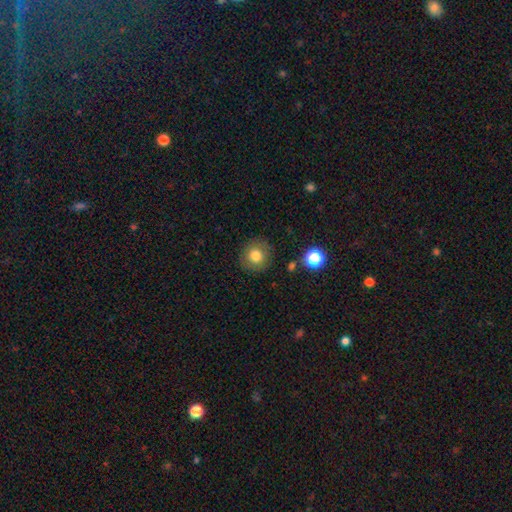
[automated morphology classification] A smooth galaxy with no disk features (79%) that is round (92%).

Vote fractions:
- Smooth or featured? smooth: 79% / featured or disk: 11% / star or artifact: 11%
- How rounded? round: 92% / in between: 7% / cigar-shaped: 1%
- Merging? none: 86% / minor disturbance: 8% / major disturbance: 3% / merger: 2%